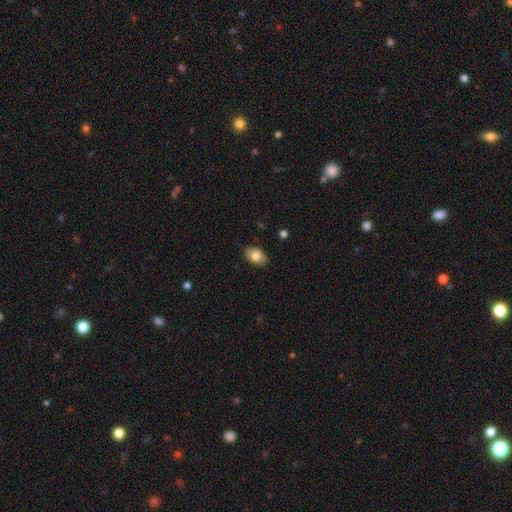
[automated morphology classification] The model was most divided on "smooth or featured": smooth: 80%, featured or disk: 13%, star or artifact: 7%. More confident: how rounded — in between (86%); merging — none (86%).